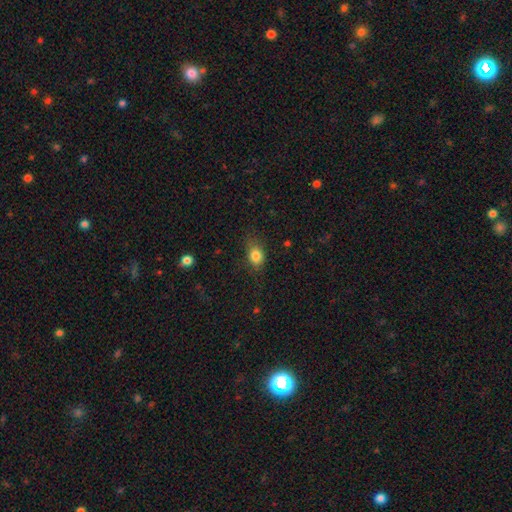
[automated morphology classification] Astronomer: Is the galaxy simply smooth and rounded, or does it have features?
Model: smooth — 83%.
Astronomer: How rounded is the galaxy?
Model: in between — 58% (runner-up: round, 40%).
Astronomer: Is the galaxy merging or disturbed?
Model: none — 66%.